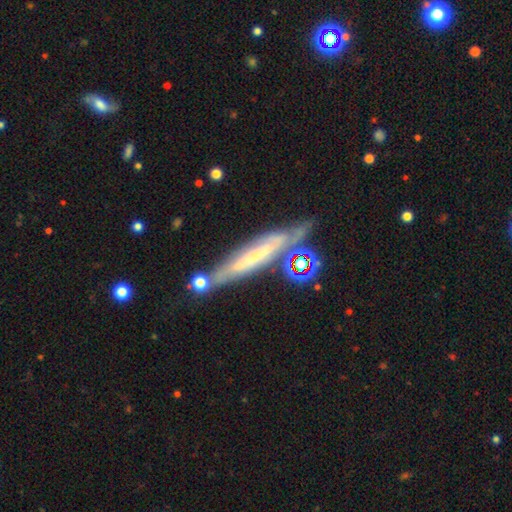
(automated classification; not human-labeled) Smooth or featured? Predicted: featured or disk (p=0.62). Edge-on disk? Predicted: yes (p=0.71). Merging? Predicted: none (p=0.62).